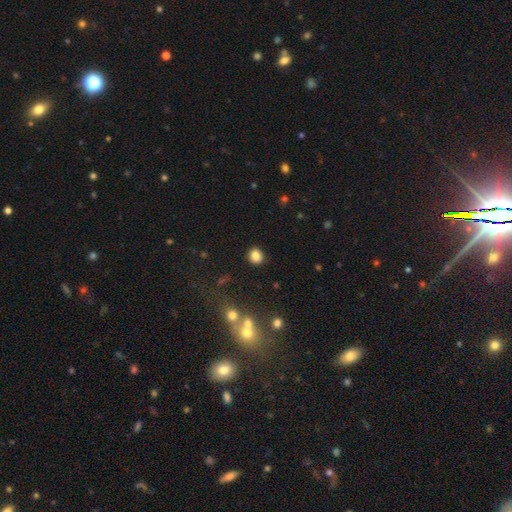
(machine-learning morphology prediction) Smooth or featured: smooth — 84% (star or artifact — 11%)
How rounded: round — 63% (in between — 36%)
Merging: none — 87% (minor disturbance — 8%)